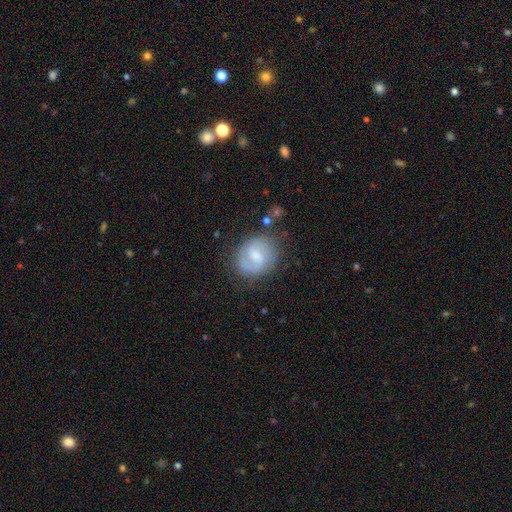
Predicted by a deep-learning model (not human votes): A featured or disk galaxy (65%) with a weak bar (60%), 2 (76%) medium (46%) spiral arms (87%) and a moderate central bulge (45%). Merging: none (74%).